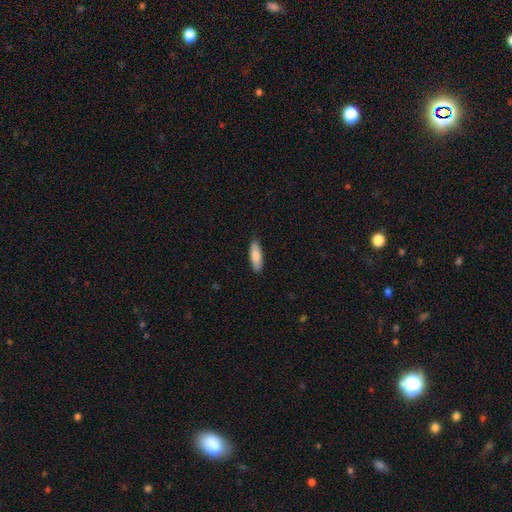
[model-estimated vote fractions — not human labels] smooth_or_featured: smooth (p=0.83) [alt: featured or disk p=0.12]
how_rounded: cigar-shaped (p=0.51) [alt: in between p=0.48]
merging: none (p=0.88) [alt: minor disturbance p=0.09]